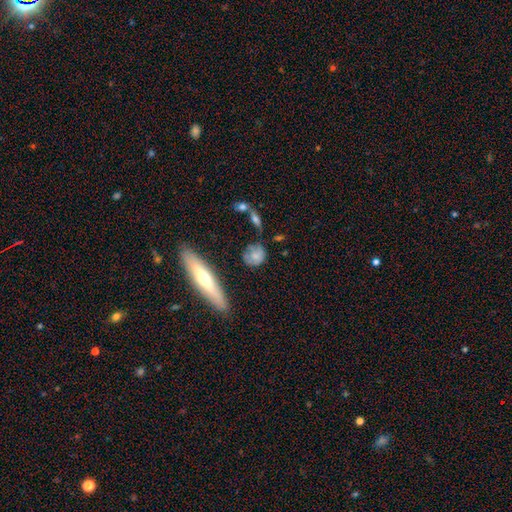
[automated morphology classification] type=smooth (69%); roundness=round (60%); merging=none (59%).